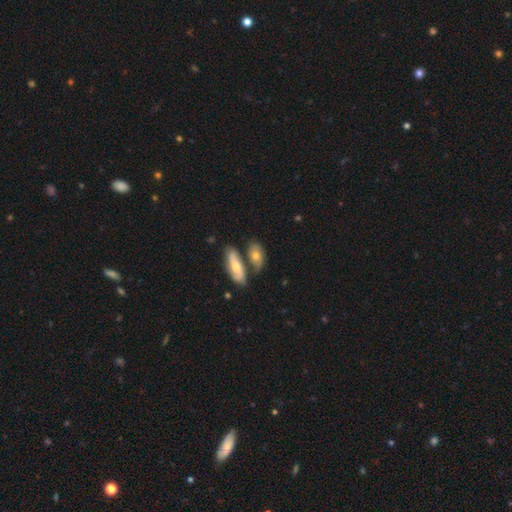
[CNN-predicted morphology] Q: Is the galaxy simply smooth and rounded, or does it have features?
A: smooth — 60%.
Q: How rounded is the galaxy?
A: in between — 78%.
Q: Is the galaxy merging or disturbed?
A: none — 47%.